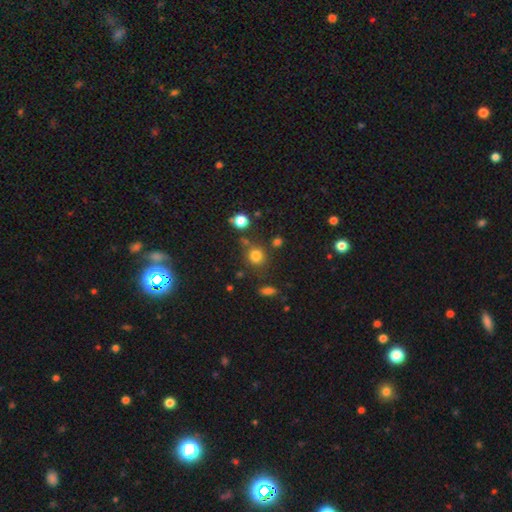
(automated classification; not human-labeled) A smooth galaxy with no disk features (78%) that is round (85%). Merging: none (76%).